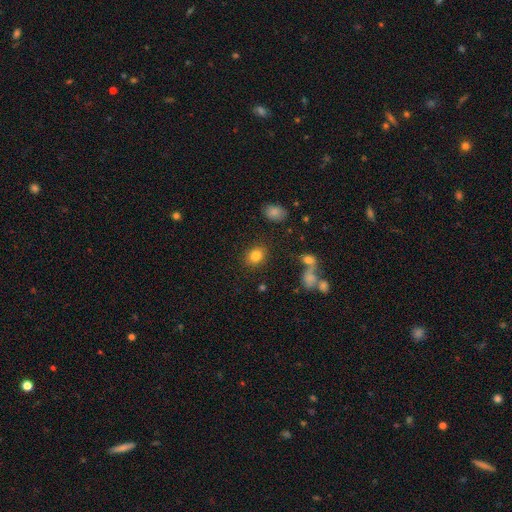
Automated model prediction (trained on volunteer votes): Q: Smooth or featured?
A: smooth (82%); runner-up: star or artifact (11%)
Q: How rounded?
A: round (57%); runner-up: in between (42%)
Q: Merging?
A: none (85%); runner-up: minor disturbance (8%)